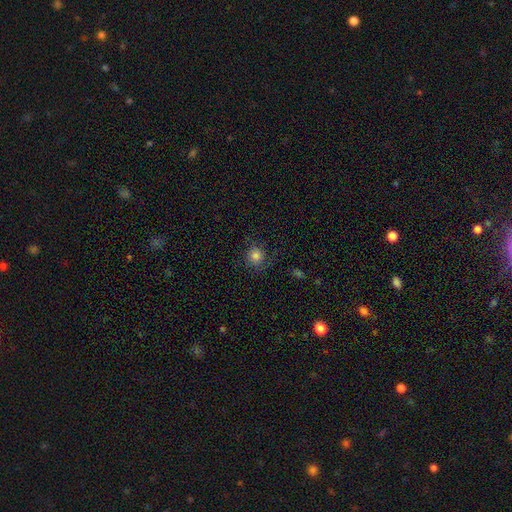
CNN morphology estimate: smooth 80%, star or artifact 12%, featured or disk 8%. Down the decision tree: how rounded — round (91%); merging — none (78%).